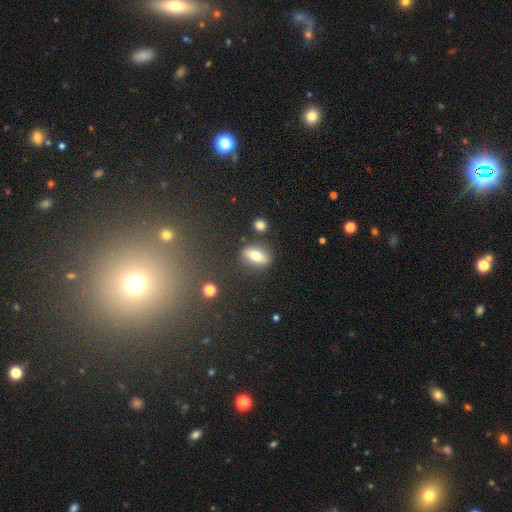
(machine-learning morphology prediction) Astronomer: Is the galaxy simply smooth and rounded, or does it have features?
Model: smooth — 70%.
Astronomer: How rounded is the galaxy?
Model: in between — 76%.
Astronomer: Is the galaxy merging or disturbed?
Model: none — 79%.